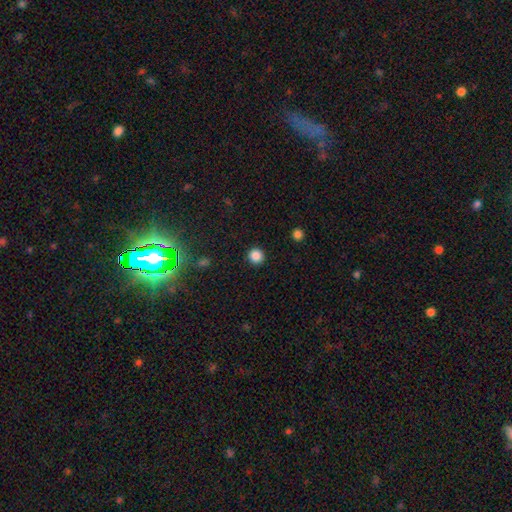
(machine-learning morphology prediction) The model was most divided on "smooth or featured": smooth: 85%, star or artifact: 11%, featured or disk: 3%. More confident: how rounded — round (95%); merging — none (93%).